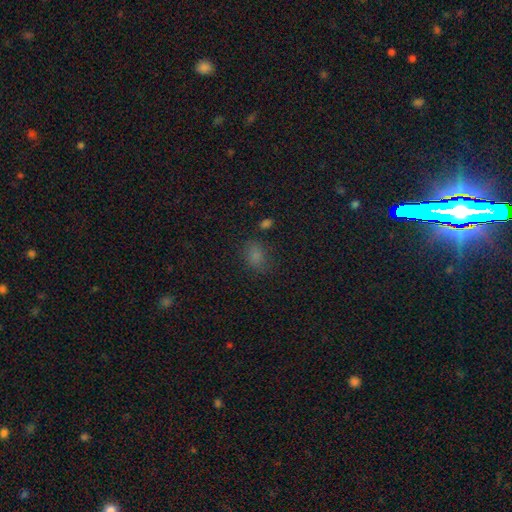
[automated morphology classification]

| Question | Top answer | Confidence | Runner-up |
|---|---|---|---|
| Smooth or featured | smooth | 75% | star or artifact (19%) |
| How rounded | in between | 74% | round (24%) |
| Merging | none | 69% | minor disturbance (20%) |